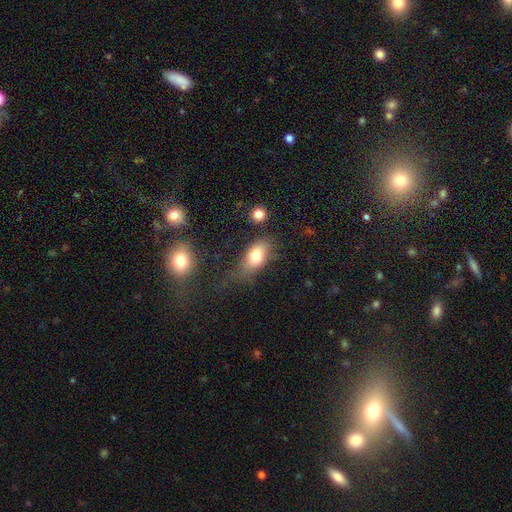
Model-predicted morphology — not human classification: Overall: smooth (76%). How rounded: in between (85%). Merging: none (50%; minor disturbance 27%).